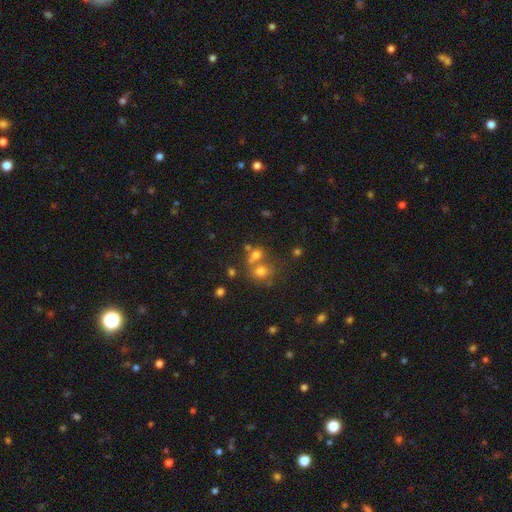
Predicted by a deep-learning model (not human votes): A smooth galaxy with no disk features (65%) that is round (61%).

Vote fractions:
- Smooth or featured? smooth: 65% / star or artifact: 20% / featured or disk: 14%
- How rounded? round: 61% / in between: 38% / cigar-shaped: 2%
- Merging? merger: 48% / none: 39% / minor disturbance: 9% / major disturbance: 5%